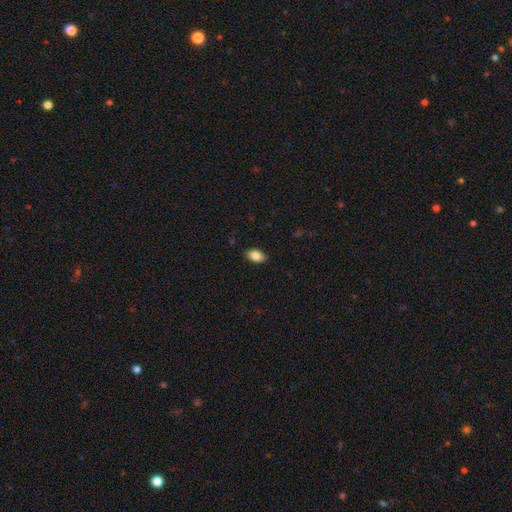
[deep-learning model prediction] A smooth galaxy with no disk features (85%) that is in between round and cigar-shaped (91%).

Vote fractions:
- Smooth or featured? smooth: 85% / star or artifact: 8% / featured or disk: 7%
- How rounded? in between: 91% / round: 7% / cigar-shaped: 2%
- Merging? none: 87% / minor disturbance: 10% / major disturbance: 2% / merger: 1%